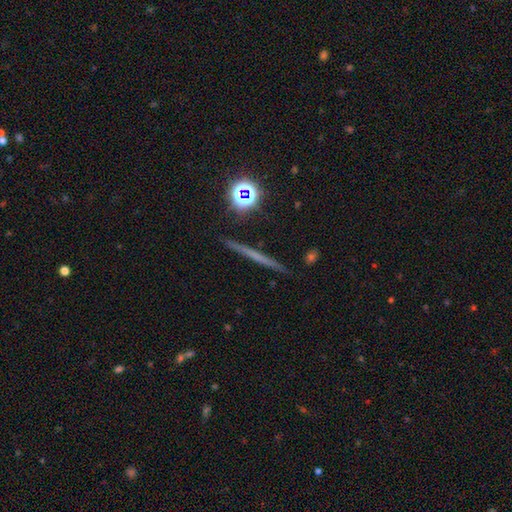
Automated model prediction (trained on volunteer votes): Morphology: type=featured or disk (49%); merging=none (90%).